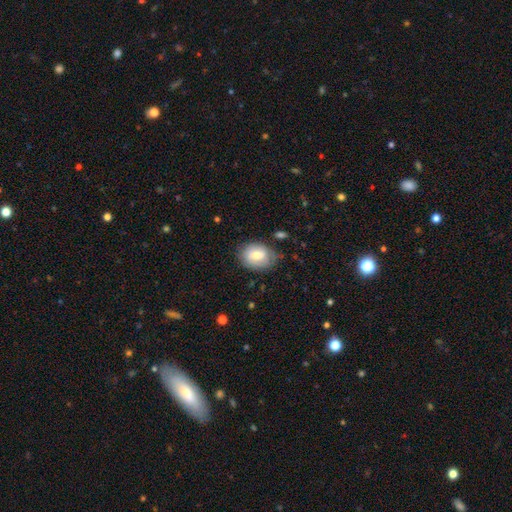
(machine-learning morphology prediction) This appears to be a smooth galaxy with no disk features (69%) that is in between round and cigar-shaped (67%). Merging: none (71%).